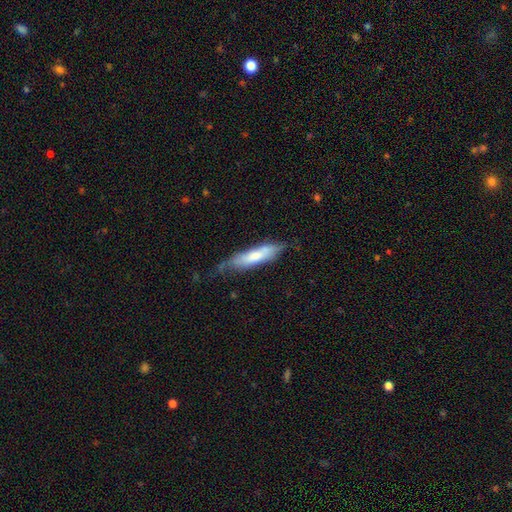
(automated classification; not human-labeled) Morphology: type=smooth (63%); roundness=cigar-shaped (70%); merging=none (53%).